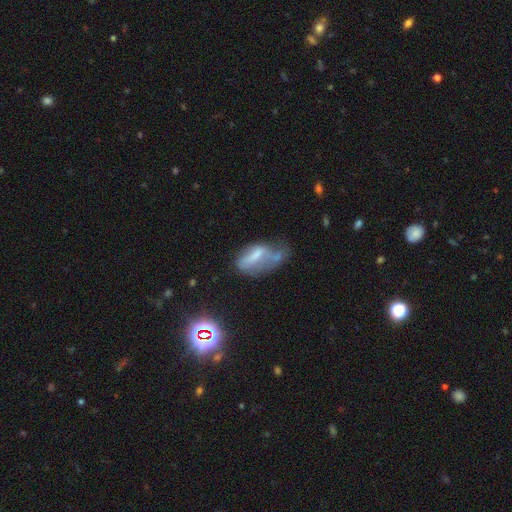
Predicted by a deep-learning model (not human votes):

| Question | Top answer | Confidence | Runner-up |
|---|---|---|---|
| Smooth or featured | smooth | 47% | featured or disk (39%) |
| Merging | major disturbance | 33% | minor disturbance (29%) |